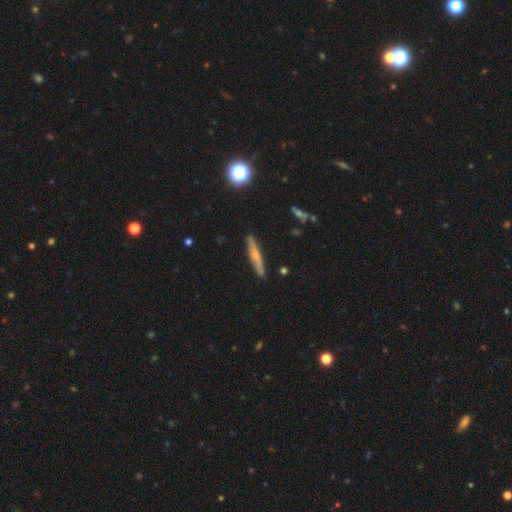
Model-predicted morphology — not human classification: smooth_or_featured: featured or disk (p=0.48) [alt: smooth p=0.44]
merging: none (p=0.86) [alt: minor disturbance p=0.10]